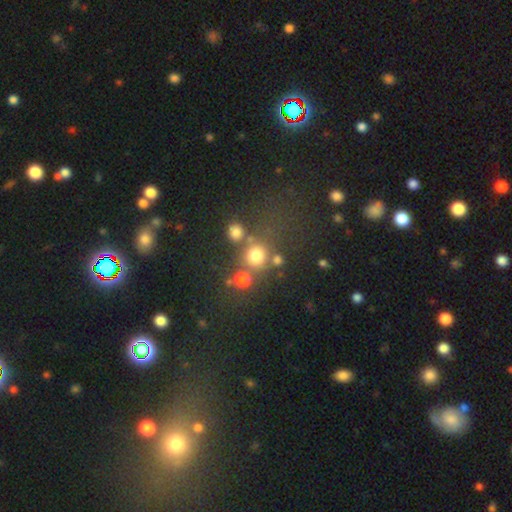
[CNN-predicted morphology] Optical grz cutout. It shows a smooth galaxy with no disk features (73%) that is round (86%). Merging: none (62%).